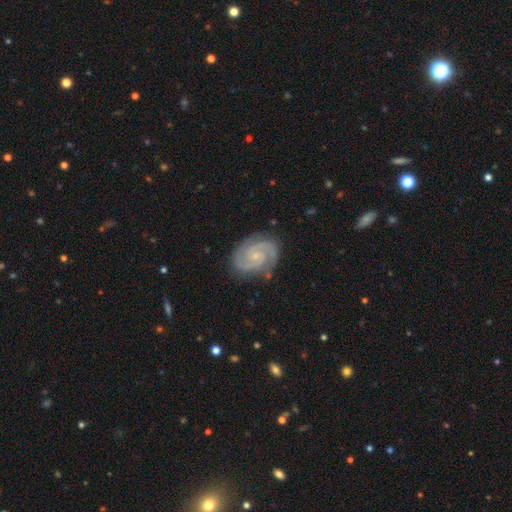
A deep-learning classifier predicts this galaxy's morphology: smooth_or_featured: featured or disk (p=0.92) [alt: star or artifact p=0.04]
disk_edge_on: no (p=0.98) [alt: yes p=0.02]
bar: no (p=0.59) [alt: weak p=0.34]
has_spiral_arms: yes (p=0.99) [alt: no p=0.01]
spiral_winding: tight (p=0.55) [alt: medium p=0.41]
spiral_arm_count: 2 (p=0.88) [alt: 3 p=0.06]
bulge_size: small (p=0.75) [alt: moderate p=0.15]
merging: none (p=0.83) [alt: minor disturbance p=0.13]